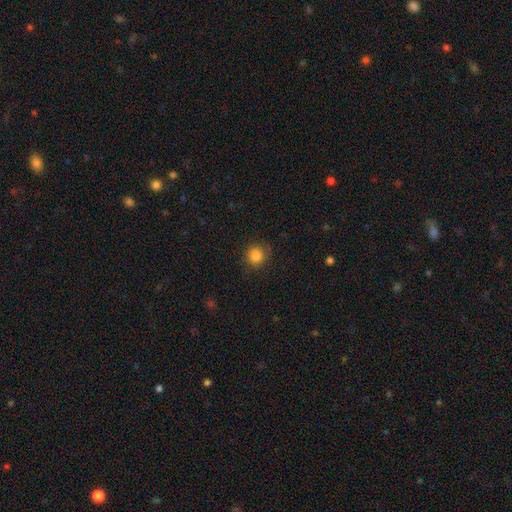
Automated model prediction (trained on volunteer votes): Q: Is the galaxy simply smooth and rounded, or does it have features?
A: smooth — 85%.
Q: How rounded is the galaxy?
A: round — 88%.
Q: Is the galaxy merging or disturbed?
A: none — 80%.